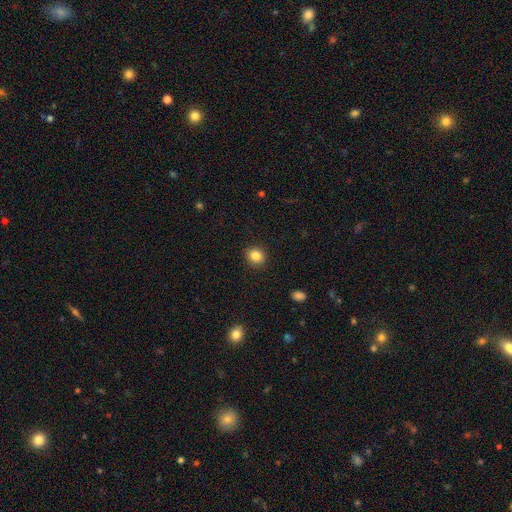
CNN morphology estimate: A smooth galaxy with no disk features (84%) that is round (76%).

Vote fractions:
- Smooth or featured? smooth: 84% / star or artifact: 11% / featured or disk: 5%
- How rounded? round: 76% / in between: 23% / cigar-shaped: 1%
- Merging? none: 91% / minor disturbance: 6% / major disturbance: 2% / merger: 1%